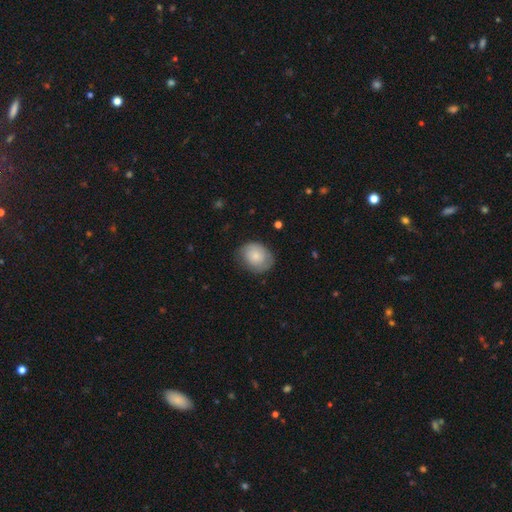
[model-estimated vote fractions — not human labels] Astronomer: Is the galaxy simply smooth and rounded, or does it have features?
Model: smooth — 72%.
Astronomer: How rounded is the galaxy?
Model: in between — 51% (runner-up: round, 48%).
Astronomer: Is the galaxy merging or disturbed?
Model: none — 72%.